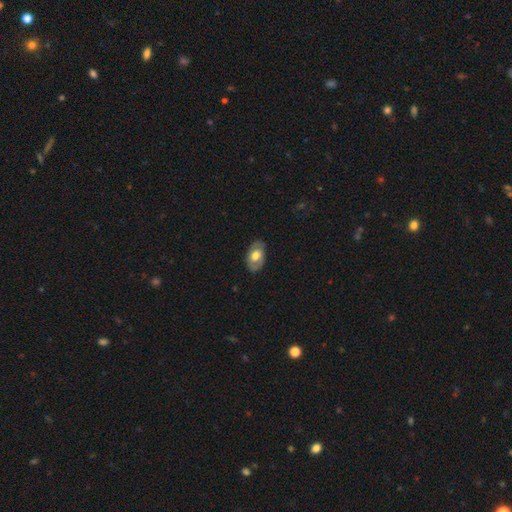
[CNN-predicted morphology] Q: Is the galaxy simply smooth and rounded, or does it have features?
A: smooth — 52%.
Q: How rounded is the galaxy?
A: in between — 89%.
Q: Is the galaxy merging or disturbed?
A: none — 81%.